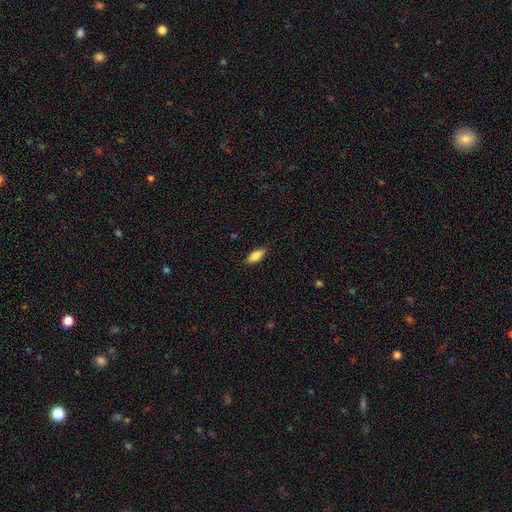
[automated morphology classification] This is clearly a smooth galaxy (82%). How rounded: likely in between (78%). Merging: clearly none (86%).